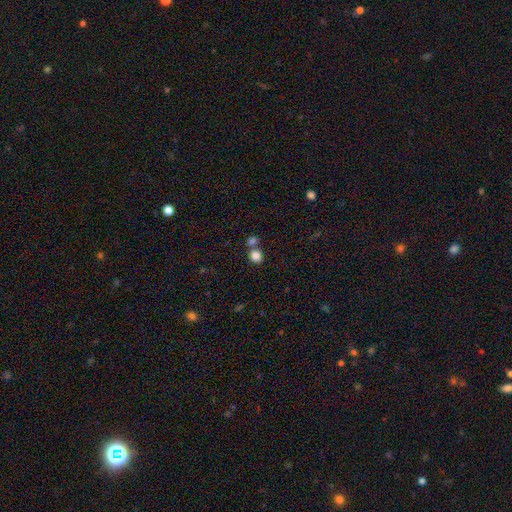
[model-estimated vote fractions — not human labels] A smooth galaxy with no disk features (84%) that is round (80%).

Vote fractions:
- Smooth or featured? smooth: 84% / star or artifact: 11% / featured or disk: 5%
- How rounded? round: 80% / in between: 19% / cigar-shaped: 1%
- Merging? none: 58% / merger: 32% / minor disturbance: 7% / major disturbance: 3%